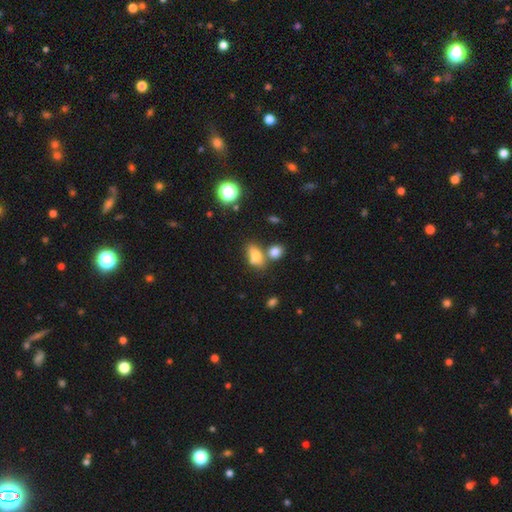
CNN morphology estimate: Smooth or featured? smooth (72%)
How rounded? in between (80%)
Merging? none (50%)